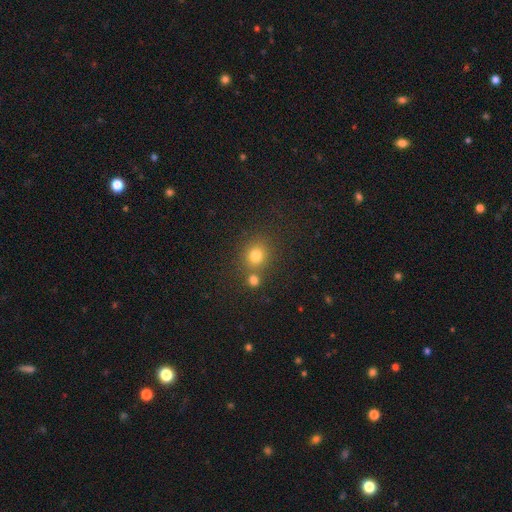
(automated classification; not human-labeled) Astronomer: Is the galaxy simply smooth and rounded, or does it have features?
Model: smooth — 78%.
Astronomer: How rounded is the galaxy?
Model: round — 82%.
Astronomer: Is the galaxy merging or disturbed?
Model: none — 63%.